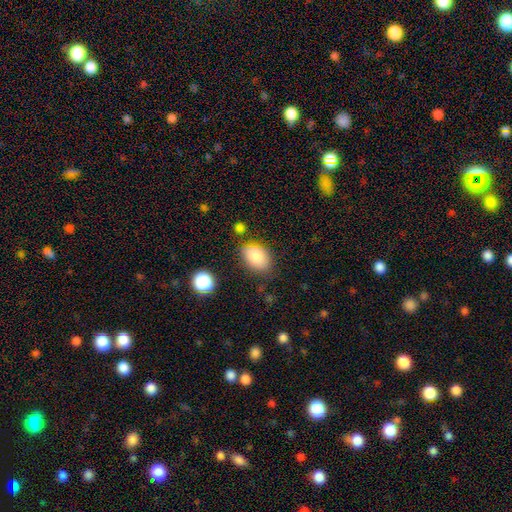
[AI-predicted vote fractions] Smooth or featured? Predicted: smooth (p=0.81). How rounded? Predicted: in between (p=0.82). Merging? Predicted: none (p=0.74).